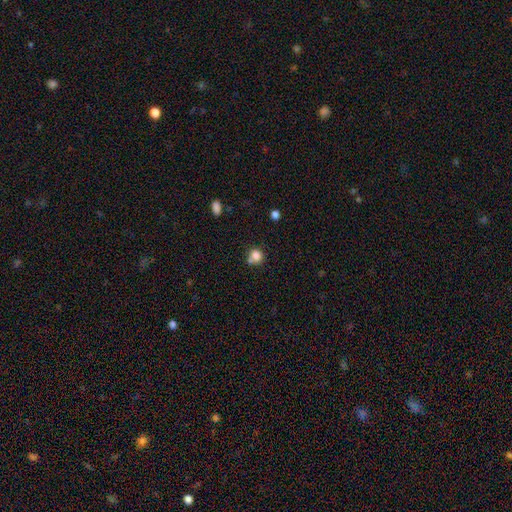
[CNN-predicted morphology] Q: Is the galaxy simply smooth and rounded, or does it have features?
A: smooth — 81%.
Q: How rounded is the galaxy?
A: round — 82%.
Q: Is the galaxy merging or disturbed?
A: none — 57%.